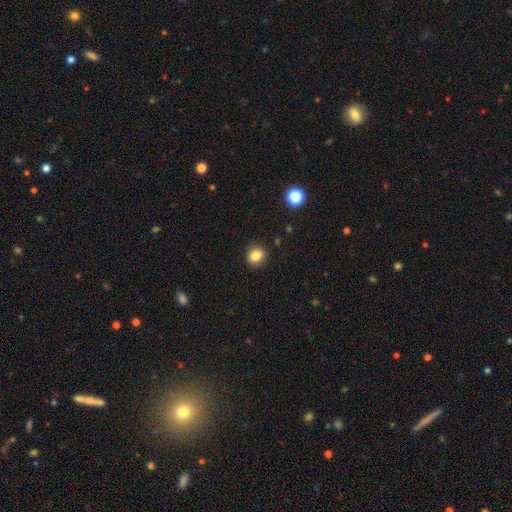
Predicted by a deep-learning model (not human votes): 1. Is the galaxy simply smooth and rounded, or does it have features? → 84% smooth, 11% star or artifact, 6% featured or disk.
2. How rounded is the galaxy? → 77% round, 22% in between, 1% cigar-shaped.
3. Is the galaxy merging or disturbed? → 90% none, 7% minor disturbance, 2% major disturbance, 1% merger.